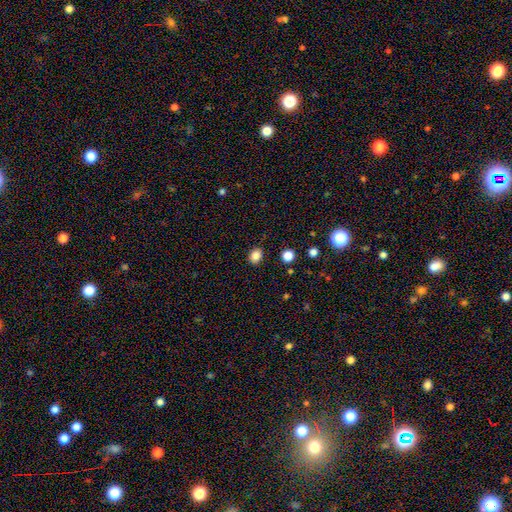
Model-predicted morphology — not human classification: Q: Smooth or featured?
A: smooth (84%); runner-up: star or artifact (12%)
Q: How rounded?
A: round (57%); runner-up: in between (42%)
Q: Merging?
A: none (87%); runner-up: minor disturbance (9%)